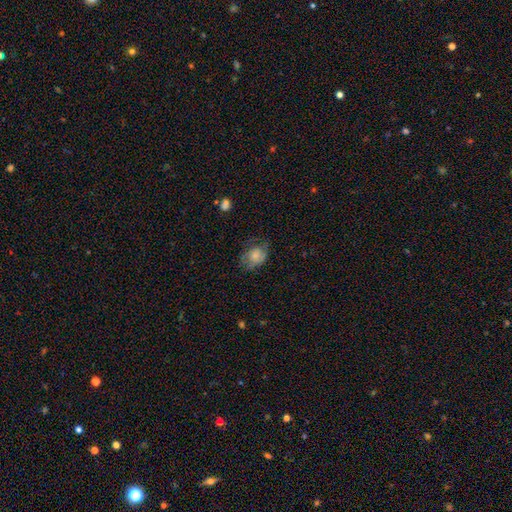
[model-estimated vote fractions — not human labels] Smooth or featured? smooth (63%)
How rounded? in between (59%)
Merging? none (49%)